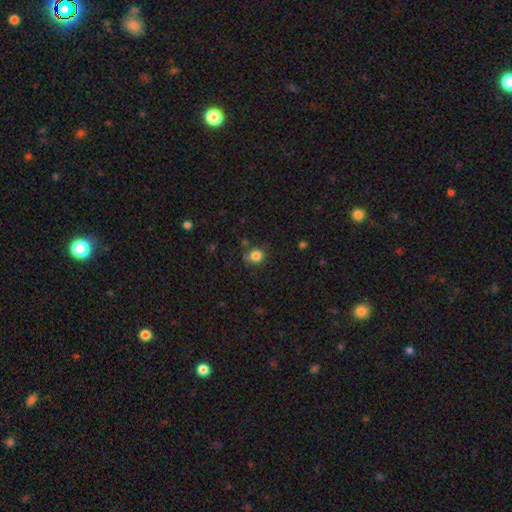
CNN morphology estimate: smooth 84%, star or artifact 11%, featured or disk 5%. Down the decision tree: how rounded — round (68%); merging — none (70%).